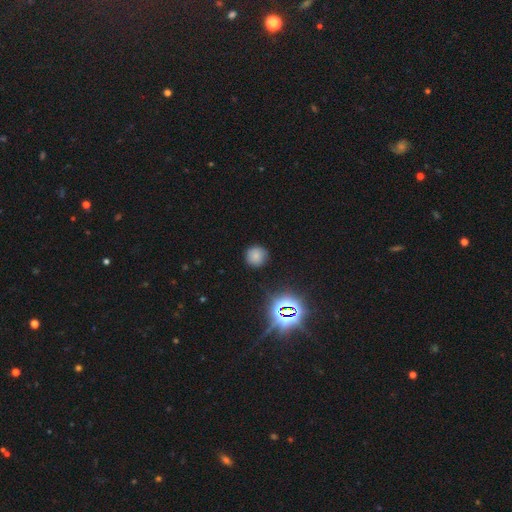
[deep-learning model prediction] Overall: smooth (75%). How rounded: round (94%). Merging: none (87%).